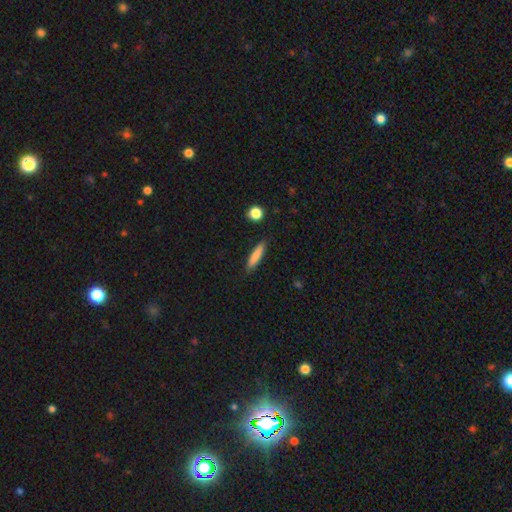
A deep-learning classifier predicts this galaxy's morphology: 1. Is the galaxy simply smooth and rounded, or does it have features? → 81% smooth, 12% featured or disk, 7% star or artifact.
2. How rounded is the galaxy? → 83% cigar-shaped, 15% in between, 2% round.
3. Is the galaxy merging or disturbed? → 87% none, 9% minor disturbance, 2% major disturbance, 2% merger.